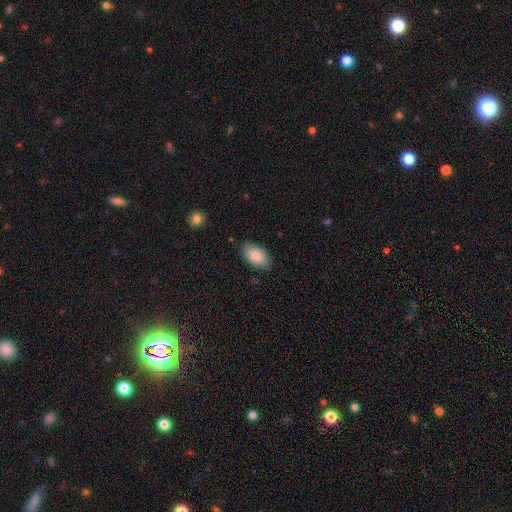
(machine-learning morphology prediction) A smooth galaxy with no disk features (84%) that is in between round and cigar-shaped (94%). Merging: none (83%).